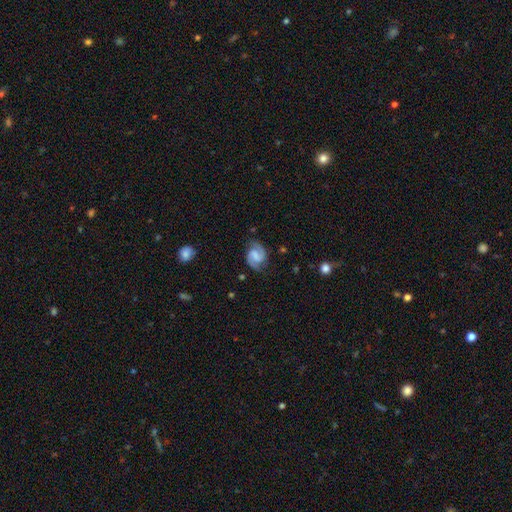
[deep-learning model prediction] This appears to be a featured or disk galaxy (84%) with a weak bar (50%), 2 (93%) medium (54%) spiral arms (97%) and no central bulge (39%). Merging: none (79%).